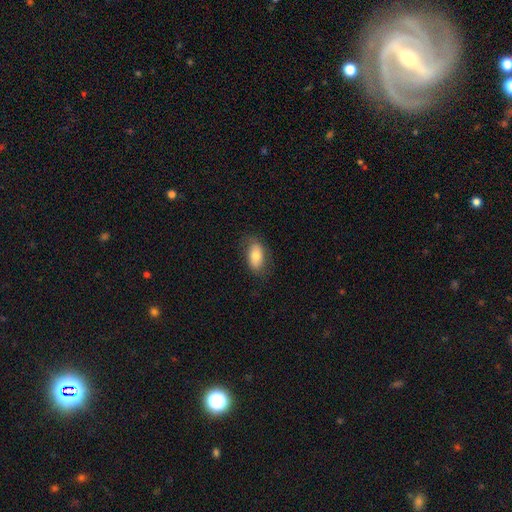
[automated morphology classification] Smooth or featured? Predicted: smooth (p=0.76). How rounded? Predicted: in between (p=0.91). Merging? Predicted: none (p=0.76).